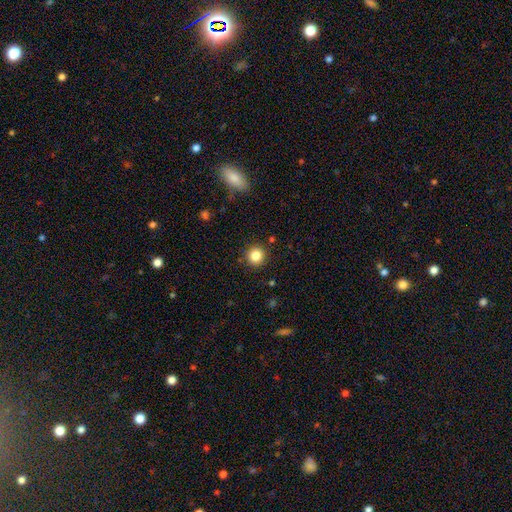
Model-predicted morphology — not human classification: This is clearly a smooth galaxy (84%). How rounded: clearly round (94%). Merging: clearly none (91%).